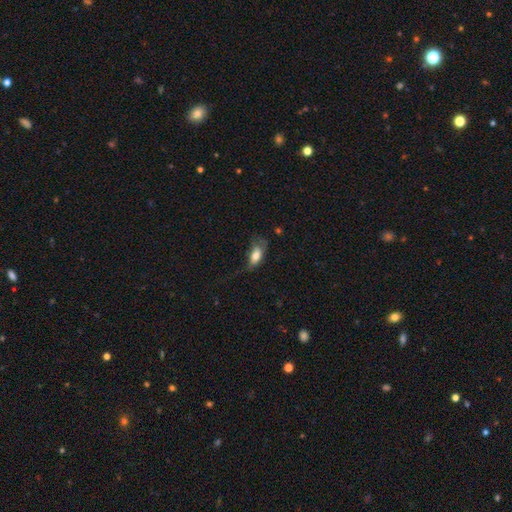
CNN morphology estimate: Smooth or featured?
  - smooth: 73% *
  - featured or disk: 20%
  - star or artifact: 7%
How rounded?
  - in between: 86% *
  - cigar-shaped: 10%
  - round: 4%
Merging?
  - major disturbance: 34% *
  - none: 33%
  - minor disturbance: 30%
  - merger: 3%